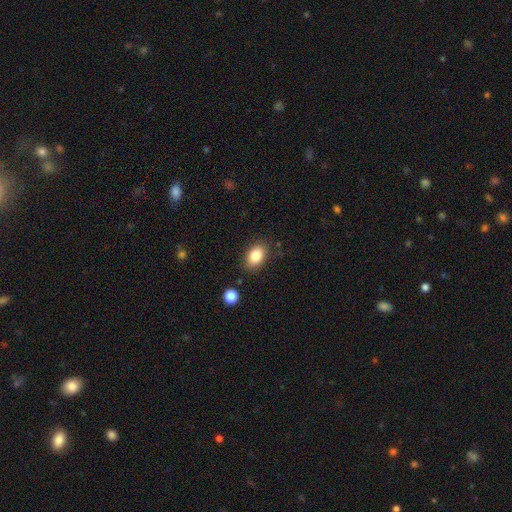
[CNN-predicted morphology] A smooth galaxy with no disk features (85%) that is in between round and cigar-shaped (85%). Merging: none (82%).